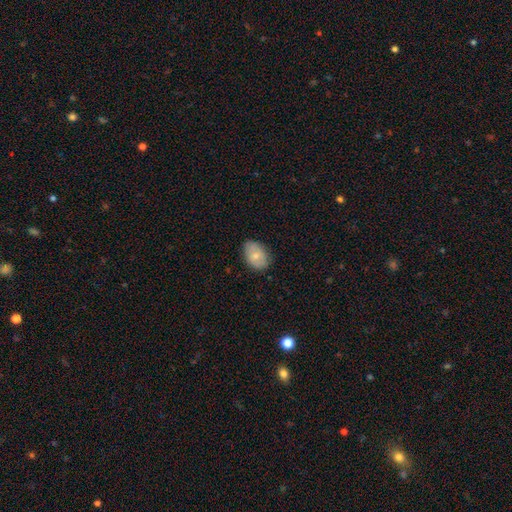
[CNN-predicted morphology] Smooth or featured: smooth — 70% (featured or disk — 24%)
How rounded: in between — 78% (round — 21%)
Merging: none — 77% (minor disturbance — 18%)